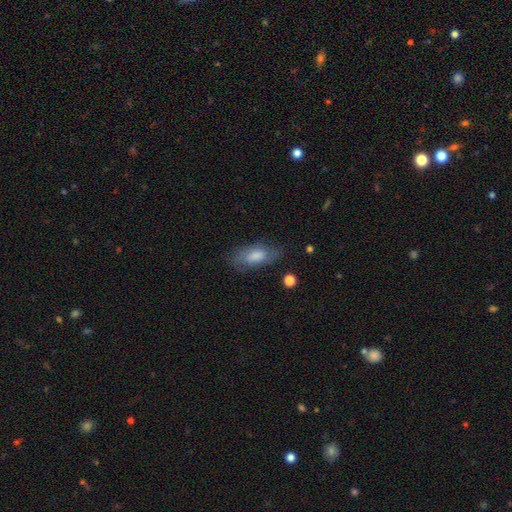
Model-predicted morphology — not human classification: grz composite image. It shows a smooth galaxy with no disk features (69%) that is in between round and cigar-shaped (84%). Merging: none (69%).